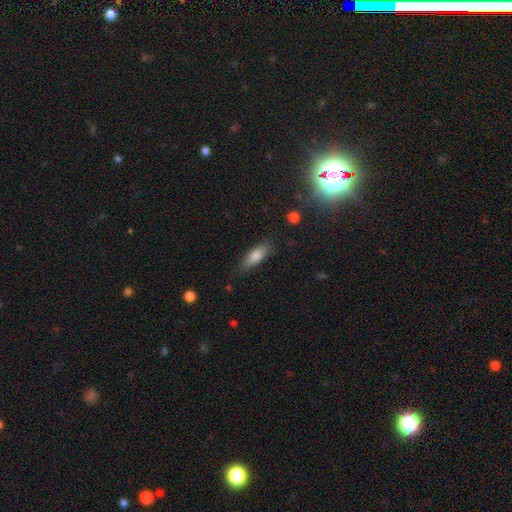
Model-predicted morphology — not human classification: Q: Smooth or featured?
A: smooth (78%); runner-up: featured or disk (15%)
Q: How rounded?
A: in between (62%); runner-up: cigar-shaped (35%)
Q: Merging?
A: none (80%); runner-up: minor disturbance (15%)